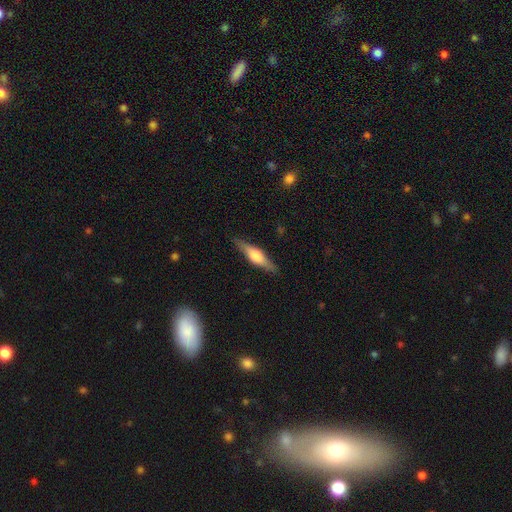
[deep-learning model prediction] Smooth or featured? featured or disk (59%)
Edge-on disk? yes (95%)
Edge-on bulge? rounded (86%)
Merging? none (87%)